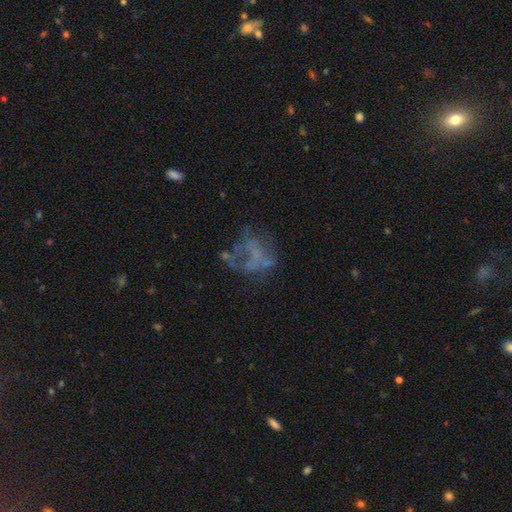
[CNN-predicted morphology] Smooth or featured? featured or disk (56%)
Edge-on disk? no (98%)
Bar? no (89%)
Spiral arms? no (89%)
Bulge size? none (82%)
Merging? none (44%)